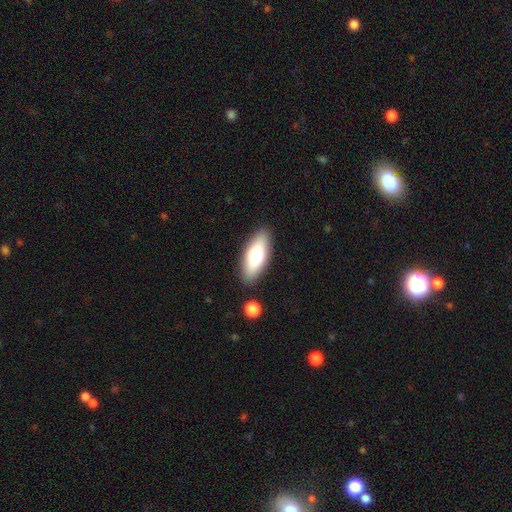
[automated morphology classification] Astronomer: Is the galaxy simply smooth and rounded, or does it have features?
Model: smooth — 68%.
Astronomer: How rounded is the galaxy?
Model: in between — 75%.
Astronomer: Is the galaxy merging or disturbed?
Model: none — 87%.